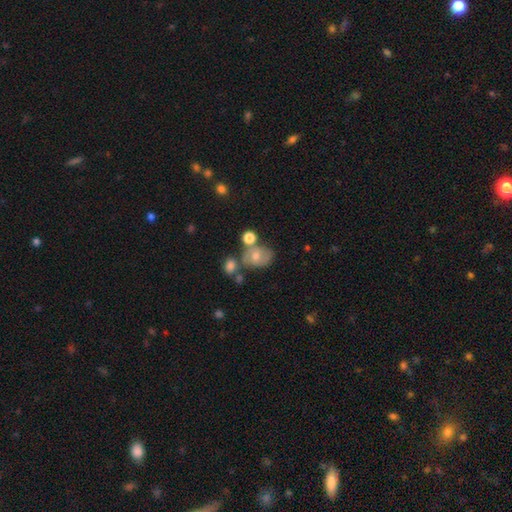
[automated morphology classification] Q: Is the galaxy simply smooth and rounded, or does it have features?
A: smooth — 49%.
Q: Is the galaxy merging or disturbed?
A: none — 49%.